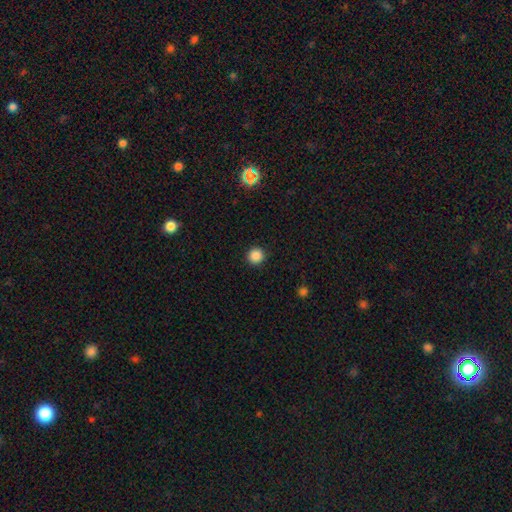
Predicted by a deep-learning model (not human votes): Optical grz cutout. It shows a smooth galaxy with no disk features (86%) that is round (96%). Merging: none (92%).